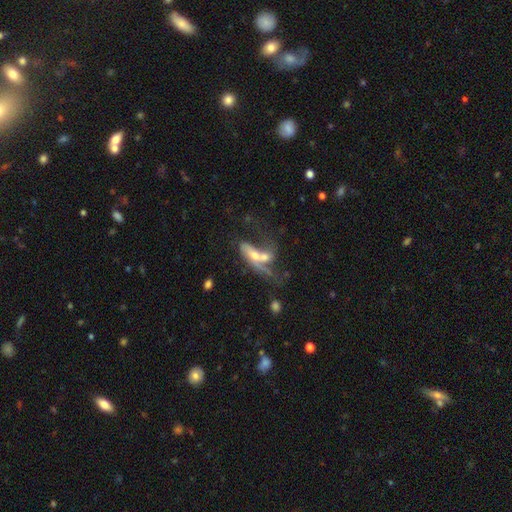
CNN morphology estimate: type=featured or disk (56%); edge-on=no (75%); merging=merger (62%).